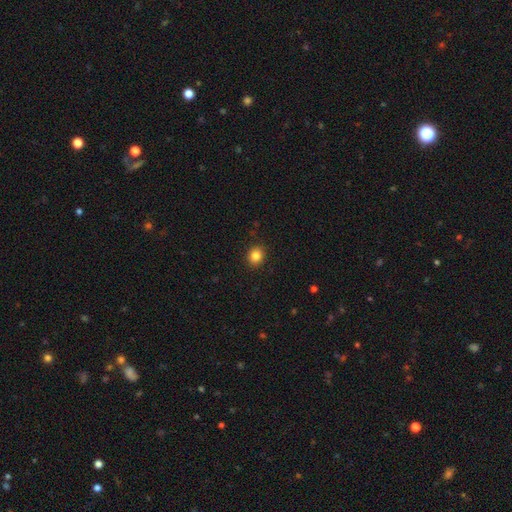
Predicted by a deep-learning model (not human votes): This appears to be a smooth galaxy with no disk features (84%) that is round (75%). Merging: none (91%).